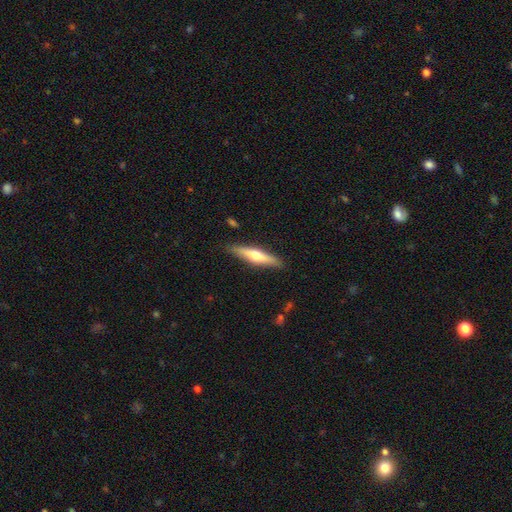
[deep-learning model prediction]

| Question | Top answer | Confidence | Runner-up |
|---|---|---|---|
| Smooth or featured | featured or disk | 51% | smooth (44%) |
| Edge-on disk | yes | 92% | no (8%) |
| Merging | none | 88% | minor disturbance (9%) |